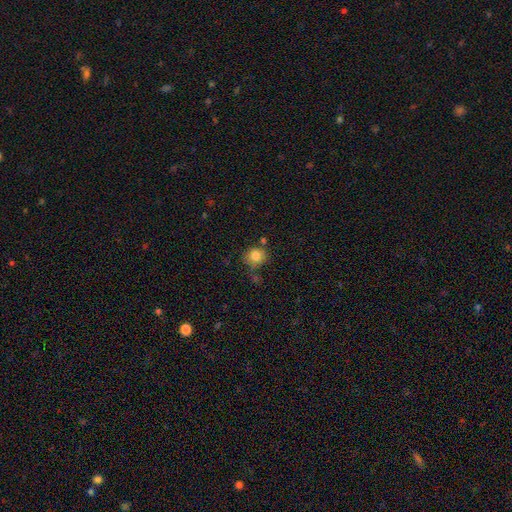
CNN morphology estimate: smooth-or-featured: smooth: 82% | star or artifact: 11% | featured or disk: 8%
  how-rounded: round: 77% | in between: 22% | cigar-shaped: 1%
  merging: none: 67% | minor disturbance: 18% | merger: 10% | major disturbance: 6%